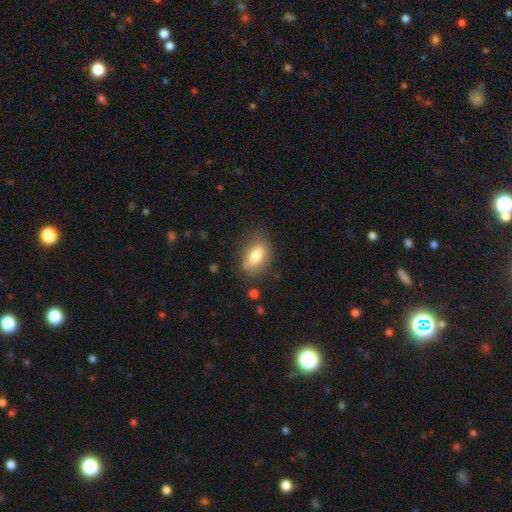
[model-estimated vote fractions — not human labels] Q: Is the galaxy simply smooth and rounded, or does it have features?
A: smooth — 71%.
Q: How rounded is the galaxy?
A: in between — 83%.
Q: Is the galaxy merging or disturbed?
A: none — 74%.